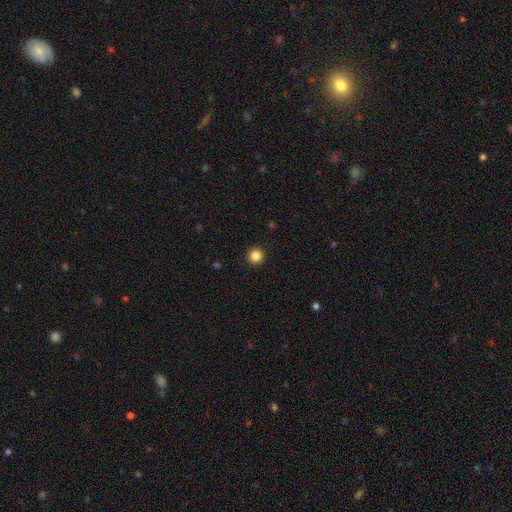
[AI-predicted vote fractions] Q: Smooth or featured?
A: smooth (85%); runner-up: star or artifact (11%)
Q: How rounded?
A: round (95%); runner-up: in between (4%)
Q: Merging?
A: none (93%); runner-up: minor disturbance (4%)